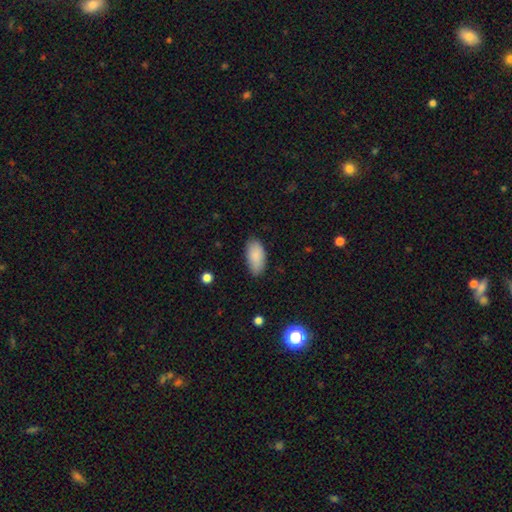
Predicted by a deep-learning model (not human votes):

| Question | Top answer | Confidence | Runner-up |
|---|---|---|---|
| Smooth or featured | smooth | 87% | star or artifact (7%) |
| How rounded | in between | 93% | cigar-shaped (5%) |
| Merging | none | 81% | minor disturbance (16%) |